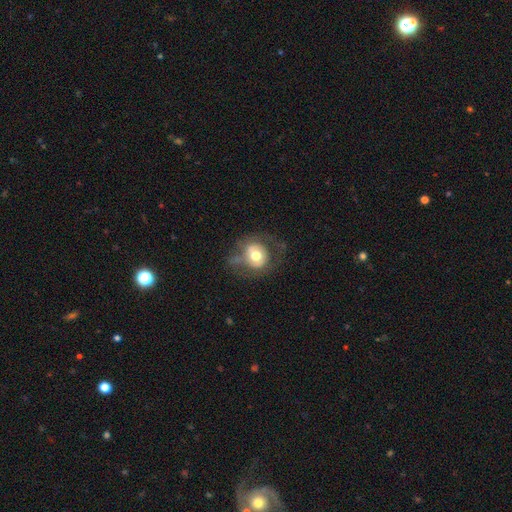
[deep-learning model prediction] The model was most divided on "smooth or featured": smooth: 52%, featured or disk: 40%, star or artifact: 9%. More confident: how rounded — round (78%); merging — none (53%).